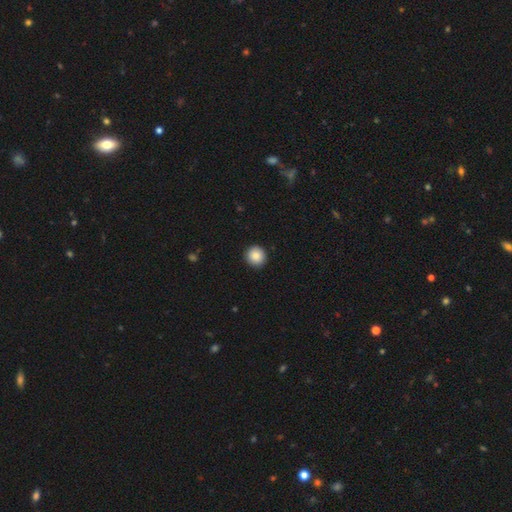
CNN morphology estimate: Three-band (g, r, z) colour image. It shows a smooth galaxy with no disk features (87%) that is round (95%). Merging: none (92%).